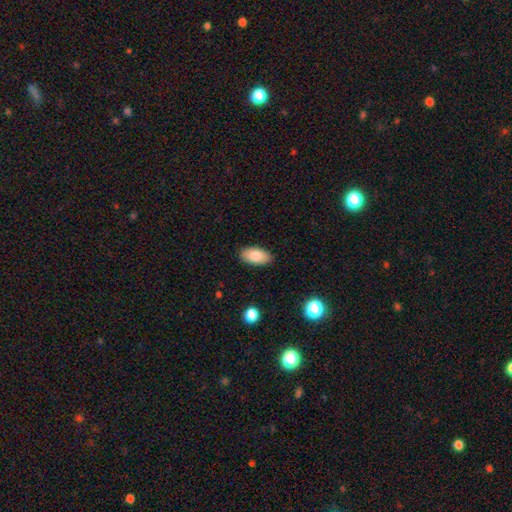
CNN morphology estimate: Smooth or featured?
  - smooth: 85% *
  - featured or disk: 8%
  - star or artifact: 7%
How rounded?
  - in between: 93% *
  - cigar-shaped: 4%
  - round: 3%
Merging?
  - none: 87% *
  - minor disturbance: 10%
  - major disturbance: 2%
  - merger: 1%